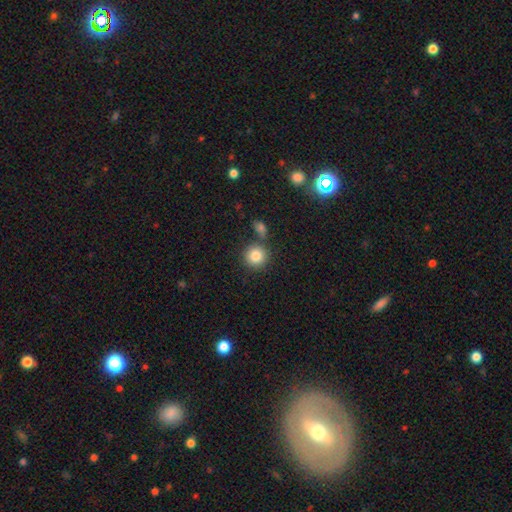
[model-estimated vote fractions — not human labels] Overall: smooth (84%). How rounded: round (93%). Merging: none (74%).